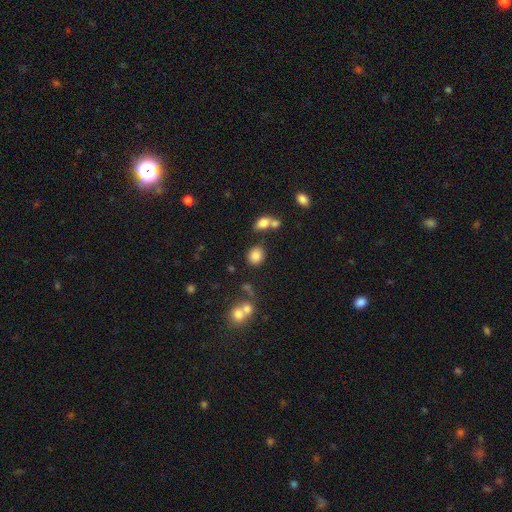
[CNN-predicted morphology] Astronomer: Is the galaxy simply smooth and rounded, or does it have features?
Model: smooth — 84%.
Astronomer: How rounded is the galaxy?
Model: round — 68%.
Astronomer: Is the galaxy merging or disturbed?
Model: none — 76%.